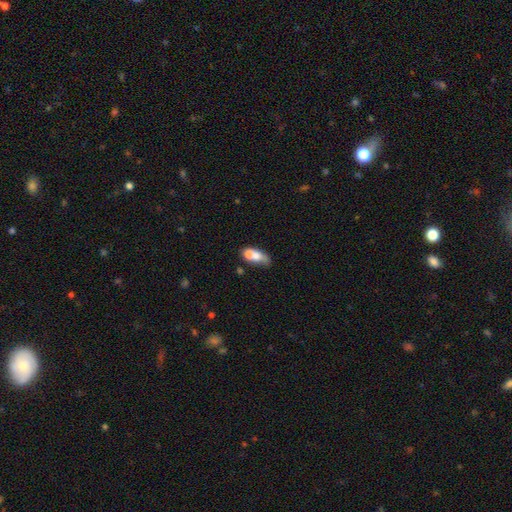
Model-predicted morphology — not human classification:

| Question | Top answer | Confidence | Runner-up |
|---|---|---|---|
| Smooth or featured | smooth | 65% | featured or disk (26%) |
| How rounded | in between | 75% | cigar-shaped (13%) |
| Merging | merger | 53% | none (23%) |